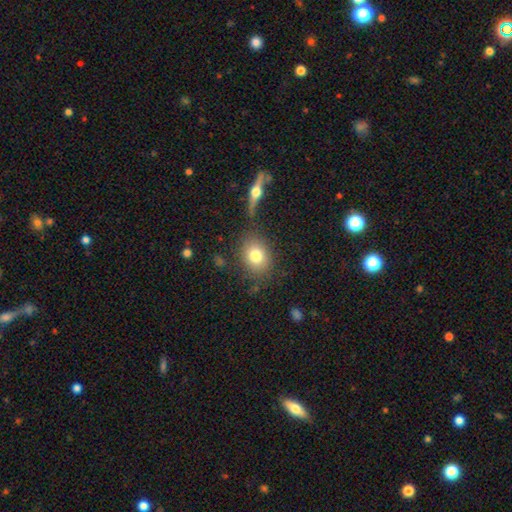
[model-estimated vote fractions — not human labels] A smooth galaxy with no disk features (77%) that is in between round and cigar-shaped (51%).

Vote fractions:
- Smooth or featured? smooth: 77% / featured or disk: 13% / star or artifact: 10%
- How rounded? in between: 51% / round: 48% / cigar-shaped: 2%
- Merging? none: 77% / minor disturbance: 12% / merger: 7% / major disturbance: 5%